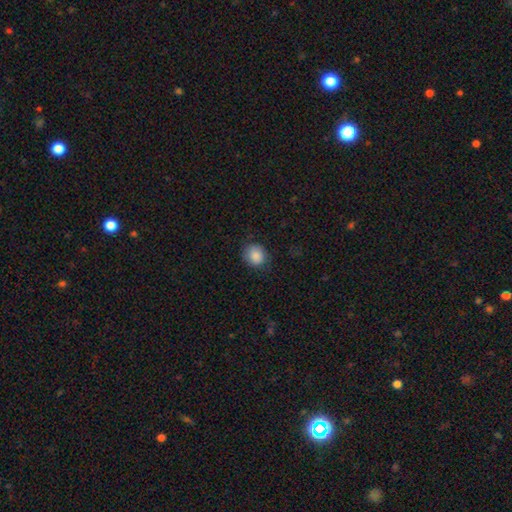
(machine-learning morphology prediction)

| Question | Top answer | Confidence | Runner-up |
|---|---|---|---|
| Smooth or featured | smooth | 87% | star or artifact (8%) |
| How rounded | round | 75% | in between (24%) |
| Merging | none | 78% | minor disturbance (16%) |